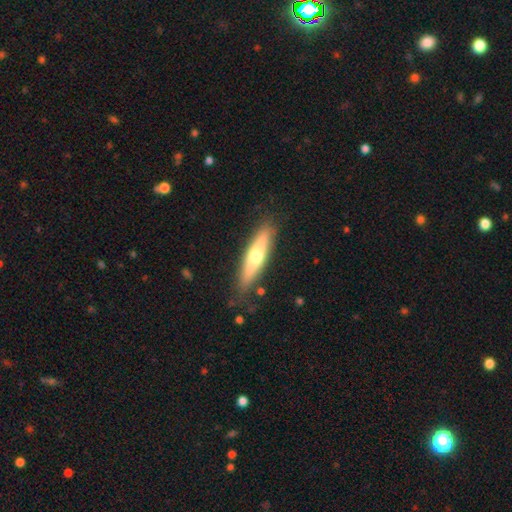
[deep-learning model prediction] Overall: smooth (49%; featured or disk 46%). Merging: none (85%).